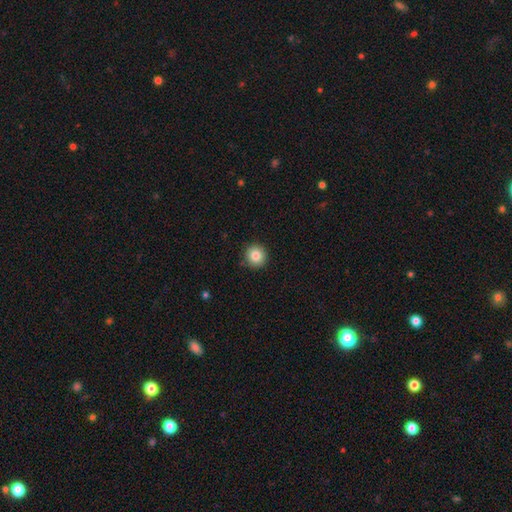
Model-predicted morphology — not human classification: Smooth or featured? smooth (84%)
How rounded? round (94%)
Merging? none (90%)